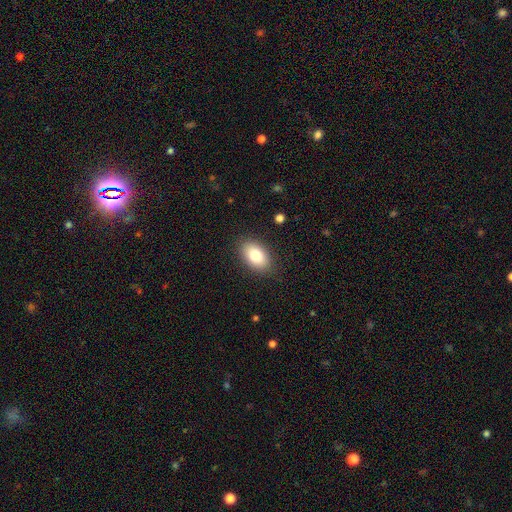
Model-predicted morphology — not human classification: This is likely a smooth galaxy (80%). How rounded: clearly in between (90%). Merging: clearly none (87%).